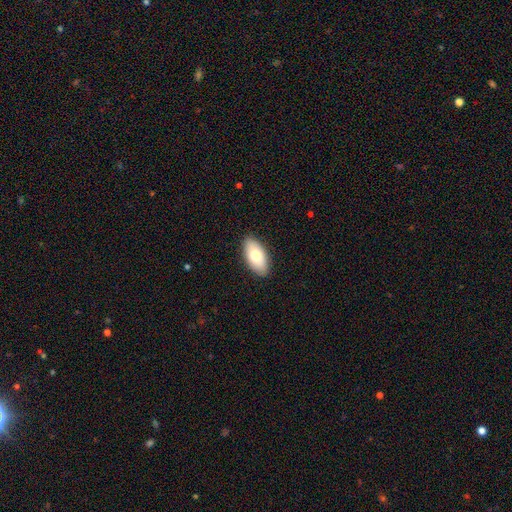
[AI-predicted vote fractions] A smooth galaxy with no disk features (79%) that is in between round and cigar-shaped (94%). Merging: none (89%).